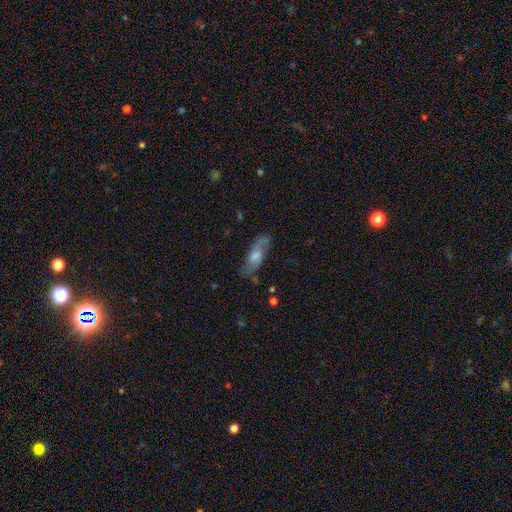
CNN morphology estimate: This is possibly a smooth galaxy (48%). Merging: likely none (71%).